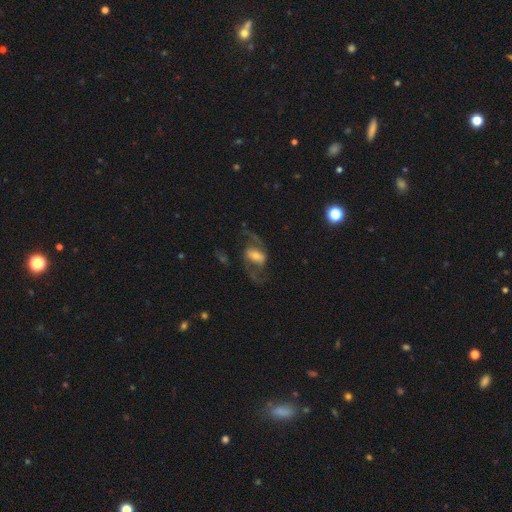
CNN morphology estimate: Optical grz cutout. It shows a featured or disk galaxy (73%) with a weak bar (38%), 2 (90%) loose (50%) spiral arms (85%) and a moderate central bulge (48%). Merging: none (59%).